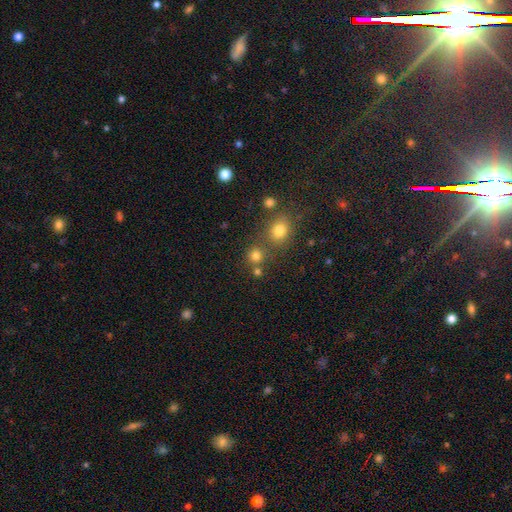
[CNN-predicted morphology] A smooth galaxy with no disk features (76%) that is round (87%).

Vote fractions:
- Smooth or featured? smooth: 76% / star or artifact: 17% / featured or disk: 7%
- How rounded? round: 87% / in between: 12% / cigar-shaped: 1%
- Merging? none: 65% / merger: 23% / minor disturbance: 8% / major disturbance: 4%